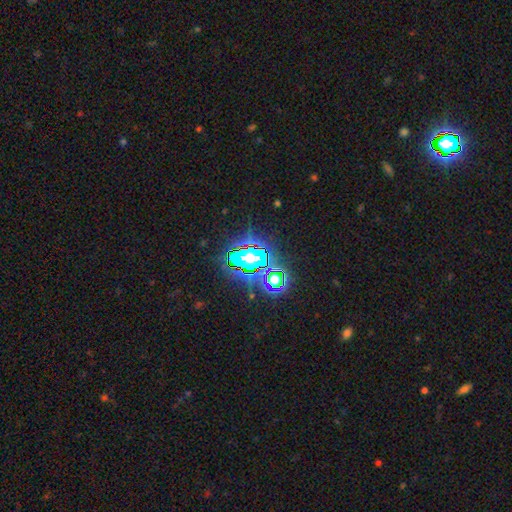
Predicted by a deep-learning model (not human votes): Overall: star or artifact (69%).